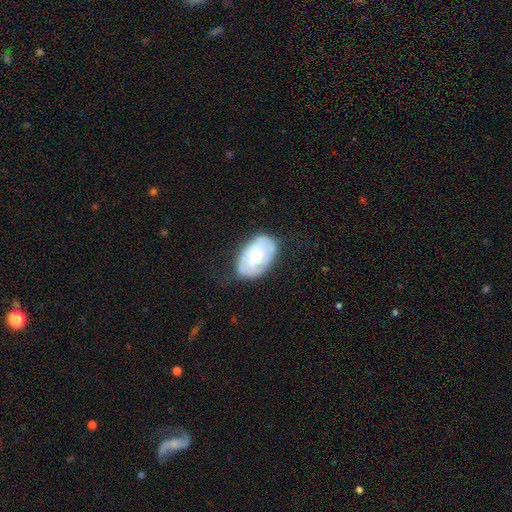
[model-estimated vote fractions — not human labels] This appears to be a smooth galaxy with no disk features (49%). Merging: none (62%).